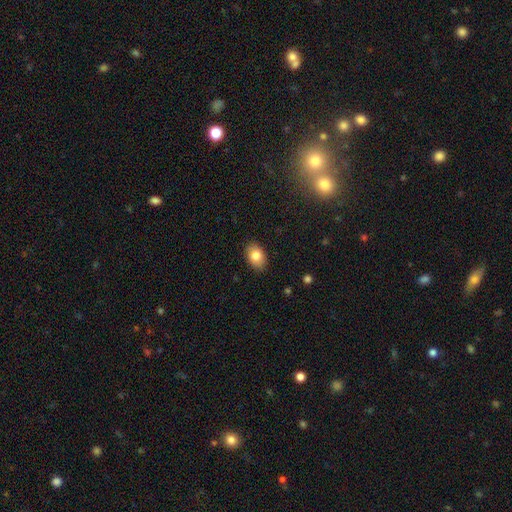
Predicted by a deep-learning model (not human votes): This is clearly a smooth galaxy (83%). How rounded: clearly in between (85%). Merging: clearly none (88%).